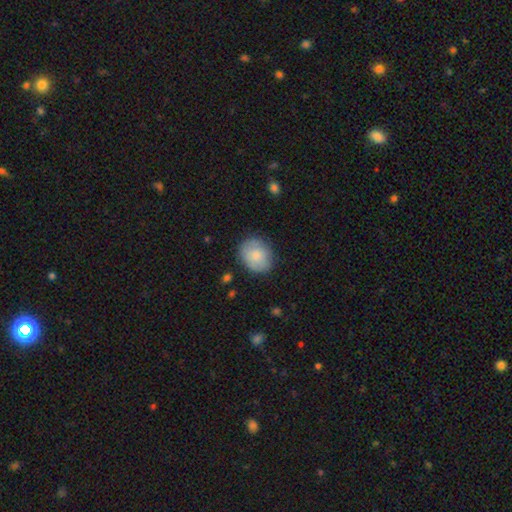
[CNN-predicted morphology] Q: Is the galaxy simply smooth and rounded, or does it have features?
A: smooth — 81%.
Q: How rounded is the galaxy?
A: round — 58%.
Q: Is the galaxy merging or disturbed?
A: none — 80%.